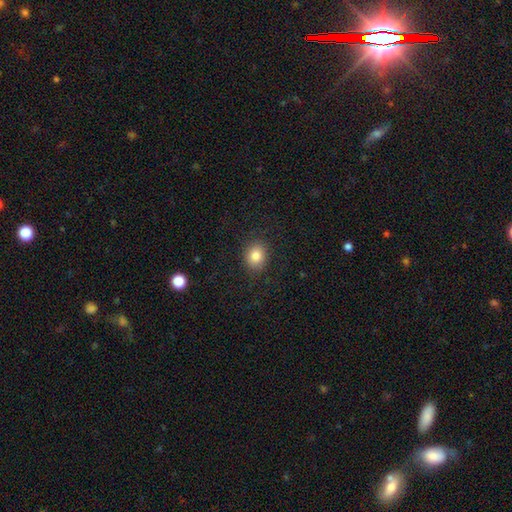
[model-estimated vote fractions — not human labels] This is clearly a smooth galaxy (83%). How rounded: likely round (64%). Merging: clearly none (87%).